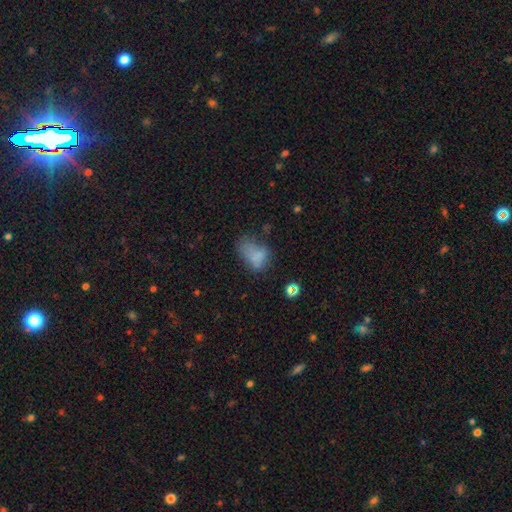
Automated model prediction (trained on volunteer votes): Q: Smooth or featured?
A: smooth (66%); runner-up: featured or disk (19%)
Q: How rounded?
A: in between (86%); runner-up: round (11%)
Q: Merging?
A: none (32%); runner-up: major disturbance (31%)